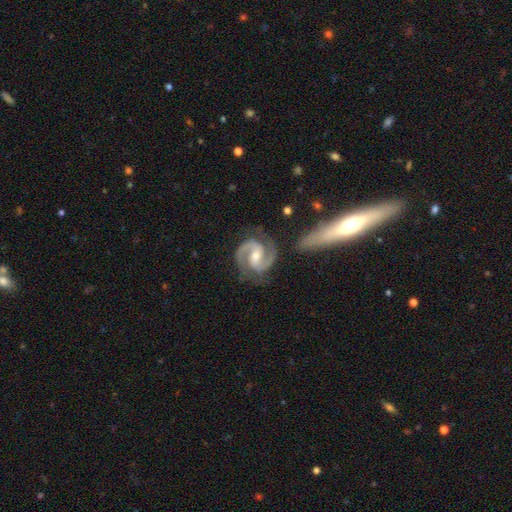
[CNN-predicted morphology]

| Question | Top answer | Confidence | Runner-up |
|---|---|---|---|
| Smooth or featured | featured or disk | 93% | star or artifact (4%) |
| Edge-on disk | no | 98% | yes (2%) |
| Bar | weak | 44% | strong (30%) |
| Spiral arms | yes | 99% | no (1%) |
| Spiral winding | medium | 60% | tight (31%) |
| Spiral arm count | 2 | 93% | 3 (2%) |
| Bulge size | moderate | 57% | small (38%) |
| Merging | none | 77% | minor disturbance (14%) |